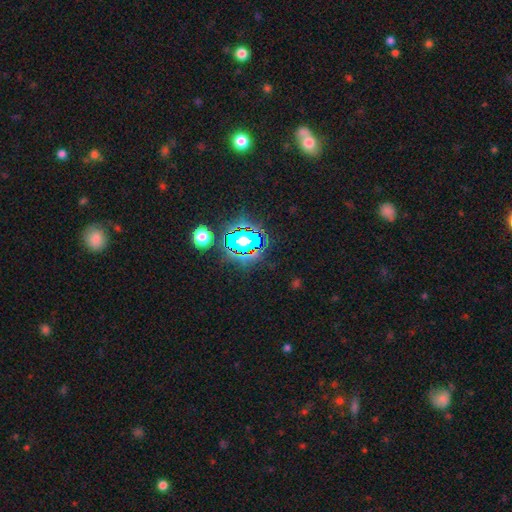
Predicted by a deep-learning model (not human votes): Smooth or featured?
  - star or artifact: 77% *
  - smooth: 15%
  - featured or disk: 7%